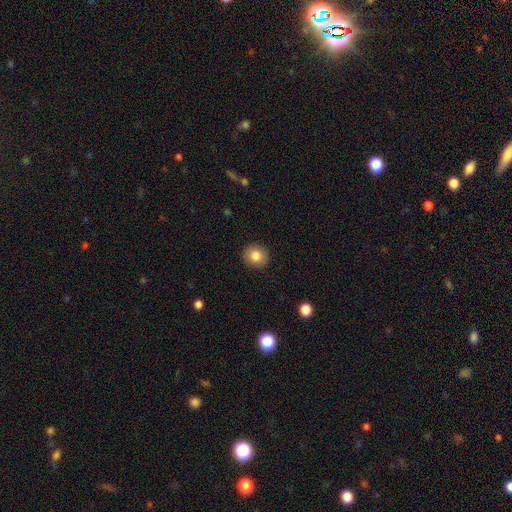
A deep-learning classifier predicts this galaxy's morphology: This appears to be a smooth galaxy with no disk features (84%) that is round (86%). Merging: none (91%).